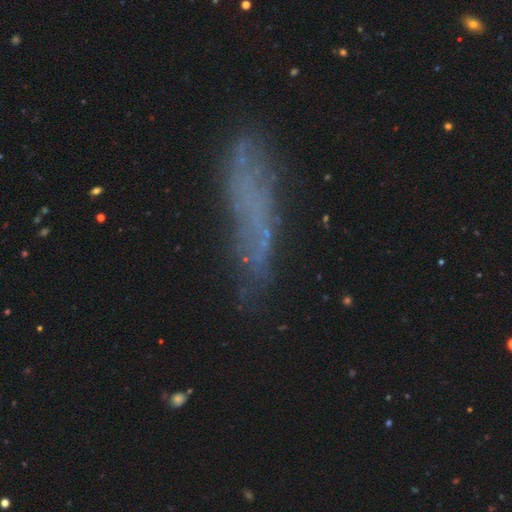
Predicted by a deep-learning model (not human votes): Q: Smooth or featured?
A: featured or disk (42%); runner-up: smooth (41%)
Q: Merging?
A: none (63%); runner-up: minor disturbance (20%)